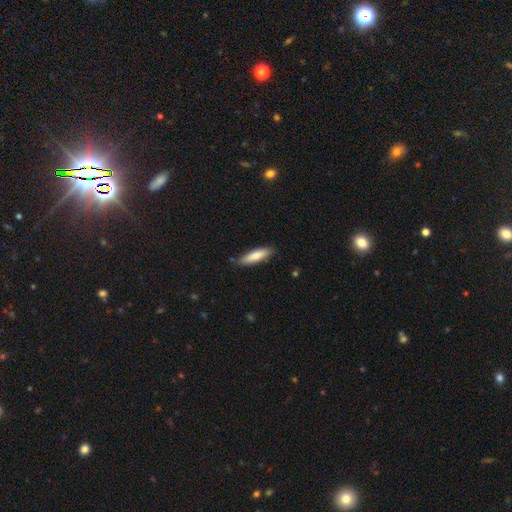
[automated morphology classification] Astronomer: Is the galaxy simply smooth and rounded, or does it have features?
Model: smooth — 79%.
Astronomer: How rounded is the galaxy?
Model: cigar-shaped — 70%.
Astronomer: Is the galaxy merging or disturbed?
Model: none — 84%.